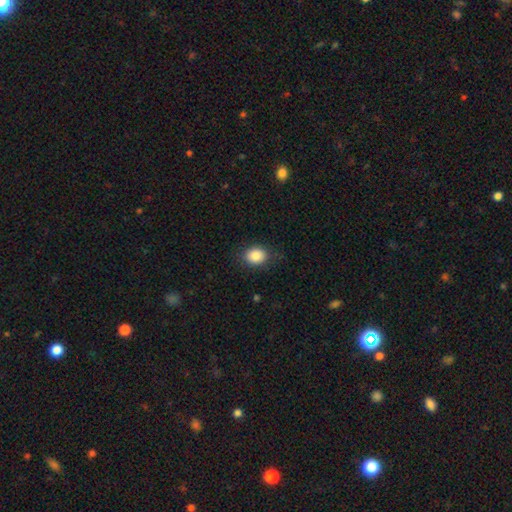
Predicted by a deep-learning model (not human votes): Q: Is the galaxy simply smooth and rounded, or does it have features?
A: smooth — 86%.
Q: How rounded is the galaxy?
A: in between — 52%.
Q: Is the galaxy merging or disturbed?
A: none — 83%.